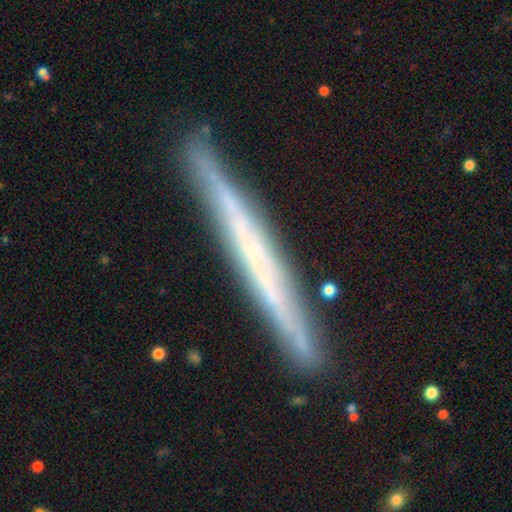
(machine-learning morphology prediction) smooth_or_featured: featured or disk (p=0.70) [alt: smooth p=0.23]
disk_edge_on: yes (p=0.95) [alt: no p=0.05]
edge_on_bulge: none (p=0.81) [alt: rounded p=0.14]
merging: none (p=0.89) [alt: minor disturbance p=0.08]